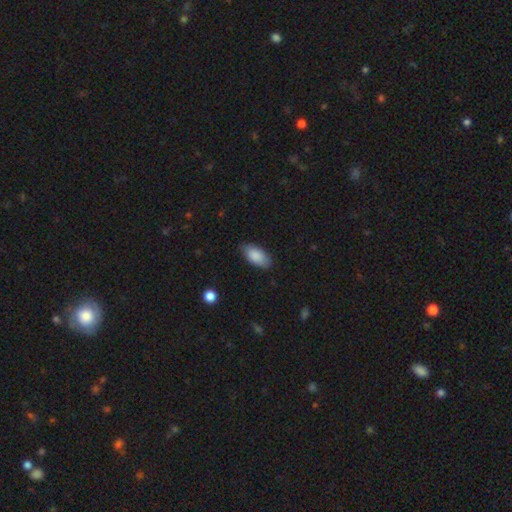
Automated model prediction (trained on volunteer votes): This is clearly a smooth galaxy (88%). How rounded: clearly in between (93%). Merging: likely none (79%).